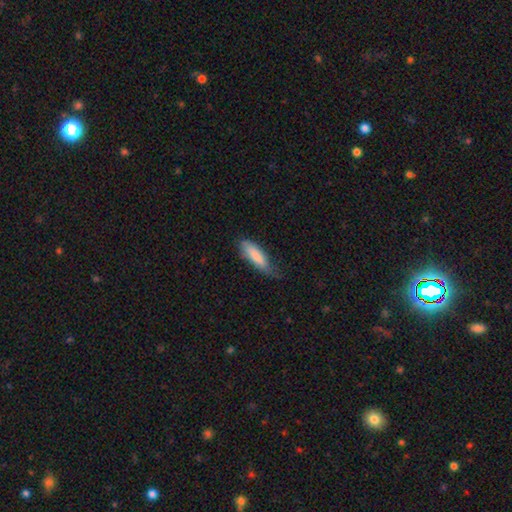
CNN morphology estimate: smooth_or_featured: smooth (p=0.81) [alt: featured or disk p=0.14]
how_rounded: cigar-shaped (p=0.52) [alt: in between p=0.46]
merging: none (p=0.46) [alt: minor disturbance p=0.40]